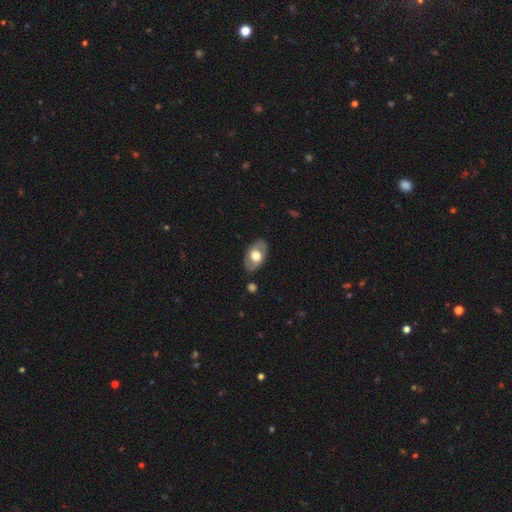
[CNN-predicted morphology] Smooth or featured: featured or disk — 48% (smooth — 47%)
Merging: none — 81% (minor disturbance — 14%)